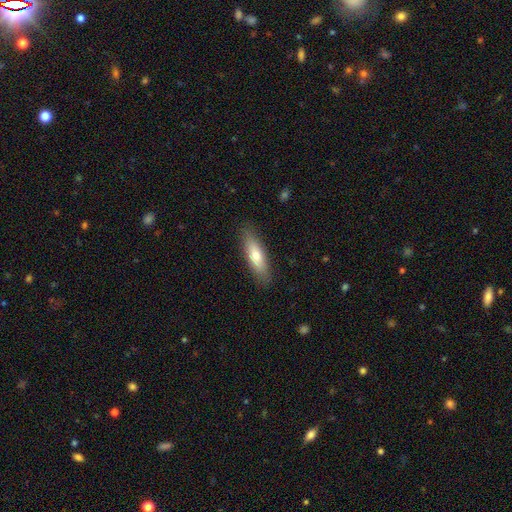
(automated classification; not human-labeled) smooth_or_featured: smooth (p=0.68) [alt: featured or disk p=0.26]
how_rounded: cigar-shaped (p=0.55) [alt: in between p=0.43]
merging: none (p=0.87) [alt: minor disturbance p=0.10]